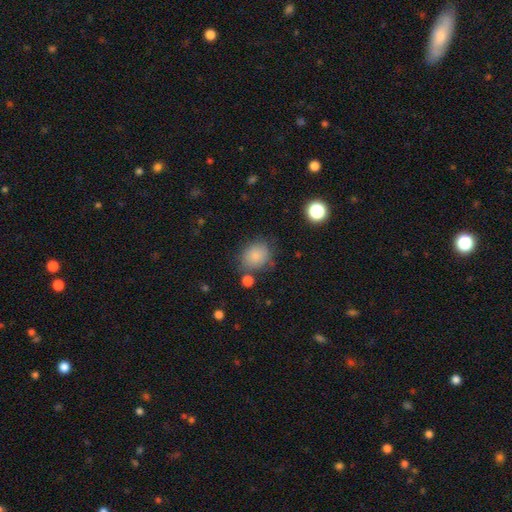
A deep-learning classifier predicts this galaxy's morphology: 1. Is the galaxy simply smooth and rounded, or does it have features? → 84% smooth, 9% star or artifact, 7% featured or disk.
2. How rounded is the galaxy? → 60% round, 39% in between, 1% cigar-shaped.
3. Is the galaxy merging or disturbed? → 69% none, 18% minor disturbance, 7% merger, 6% major disturbance.